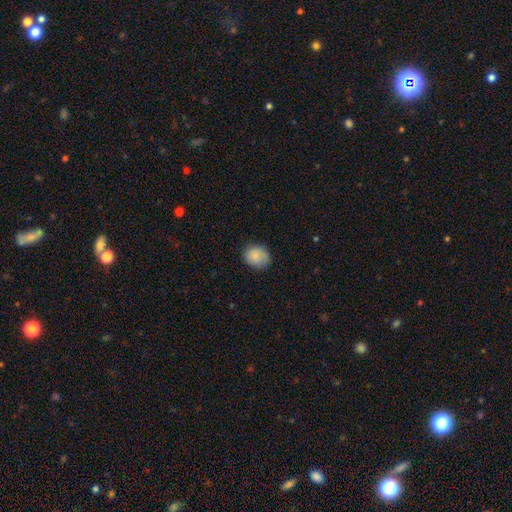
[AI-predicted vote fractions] This is clearly a smooth galaxy (84%). How rounded: likely round (65%). Merging: likely none (77%).